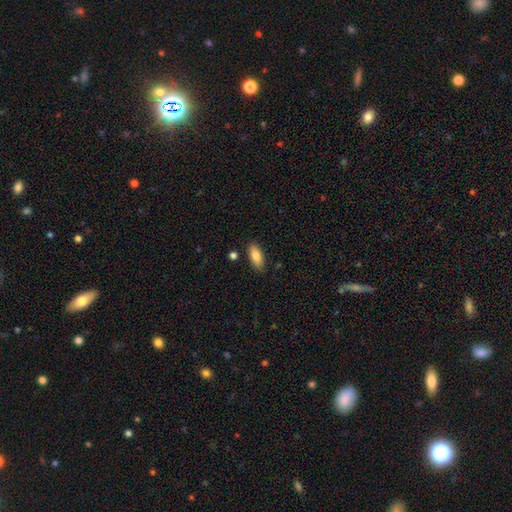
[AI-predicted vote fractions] This appears to be a smooth galaxy with no disk features (85%) that is in between round and cigar-shaped (84%). Merging: none (85%).